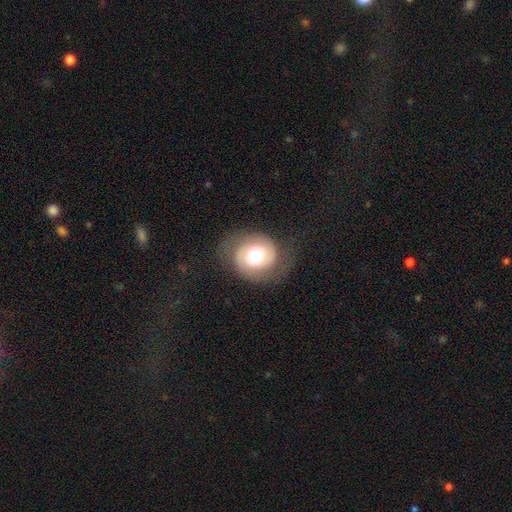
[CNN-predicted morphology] smooth_or_featured: featured or disk (p=0.54) [alt: smooth p=0.38]
disk_edge_on: no (p=0.97) [alt: yes p=0.03]
bar: no (p=0.74) [alt: weak p=0.20]
has_spiral_arms: yes (p=0.79) [alt: no p=0.21]
bulge_size: moderate (p=0.55) [alt: large p=0.33]
merging: none (p=0.71) [alt: minor disturbance p=0.17]